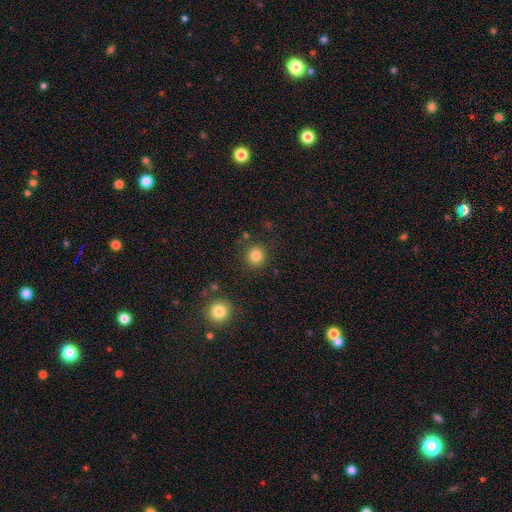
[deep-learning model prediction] A smooth galaxy with no disk features (84%) that is round (90%). Merging: none (86%).